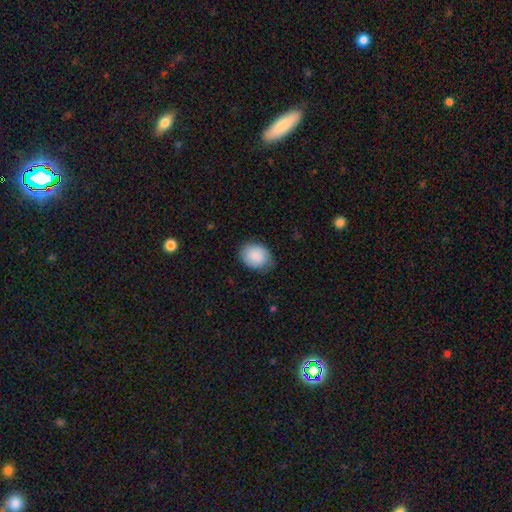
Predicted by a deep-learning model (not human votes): Smooth or featured? smooth (88%)
How rounded? round (52%)
Merging? none (72%)